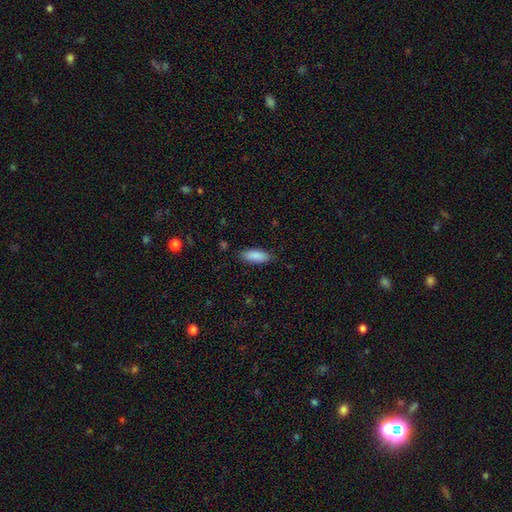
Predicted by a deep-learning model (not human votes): Morphology: type=smooth (89%); roundness=in between (80%); merging=none (84%).